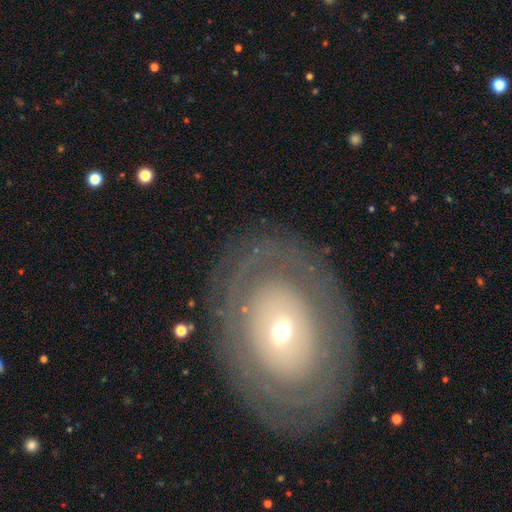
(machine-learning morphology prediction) featured or disk 64%, smooth 29%, star or artifact 8%. Down the decision tree: edge-on disk — no (94%); bar — no (84%); spiral arms — no (60%); bulge size — small (46%, tied with moderate); merging — none (82%).